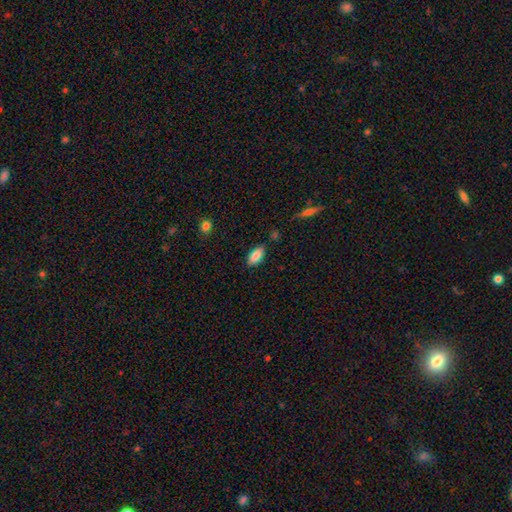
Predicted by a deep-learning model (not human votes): This is clearly a smooth galaxy (85%). How rounded: clearly in between (91%). Merging: clearly none (85%).